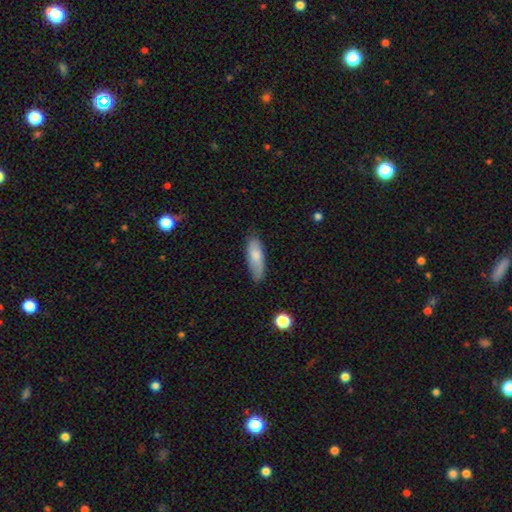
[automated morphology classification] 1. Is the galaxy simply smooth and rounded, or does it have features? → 79% smooth, 14% featured or disk, 6% star or artifact.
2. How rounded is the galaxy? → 58% in between, 41% cigar-shaped, 2% round.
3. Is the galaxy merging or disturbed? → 73% none, 21% minor disturbance, 4% major disturbance, 2% merger.